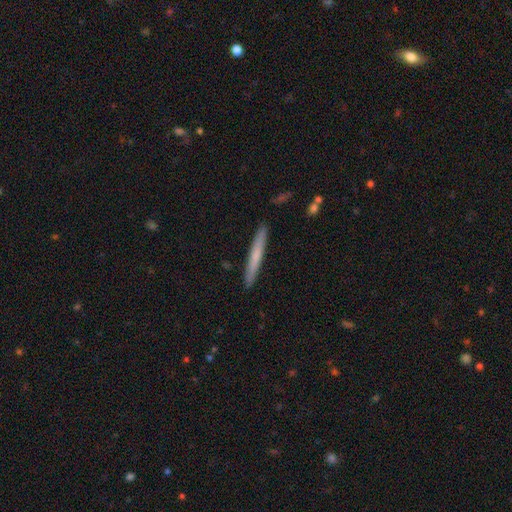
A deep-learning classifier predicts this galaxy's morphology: A smooth galaxy with no disk features (62%) that is cigar-shaped (97%). Merging: none (91%).